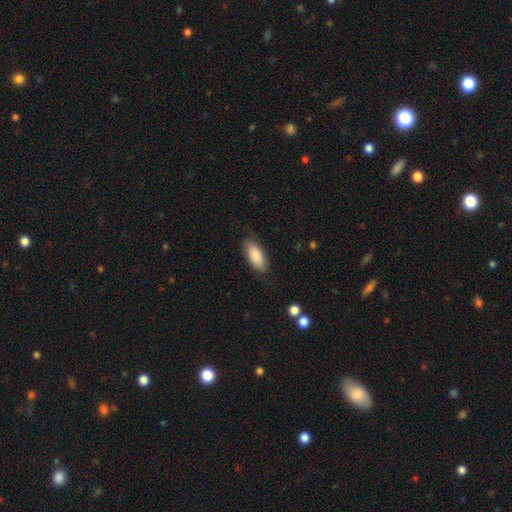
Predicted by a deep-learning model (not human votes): Q: Smooth or featured?
A: smooth (85%); runner-up: featured or disk (9%)
Q: How rounded?
A: in between (86%); runner-up: cigar-shaped (12%)
Q: Merging?
A: none (80%); runner-up: minor disturbance (15%)